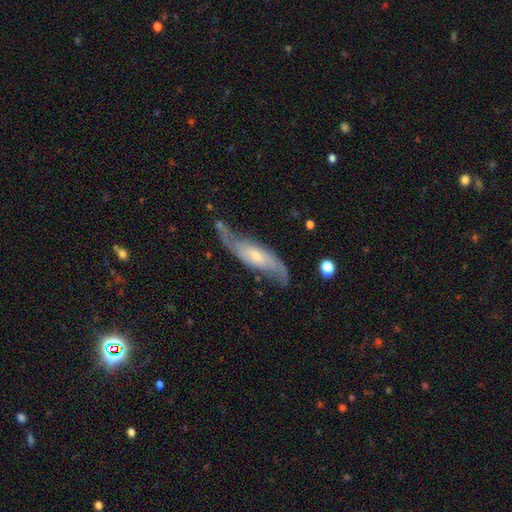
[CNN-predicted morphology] Overall: featured or disk (78%). Edge-on disk: no (81%). Bar: no (58%; weak 32%). Spiral arms: yes (93%). Spiral arm count: 2 (87%). Spiral winding: loose (58%; medium 30%). Bulge size: small (56%; moderate 35%). Merging: none (61%; minor disturbance 24%).